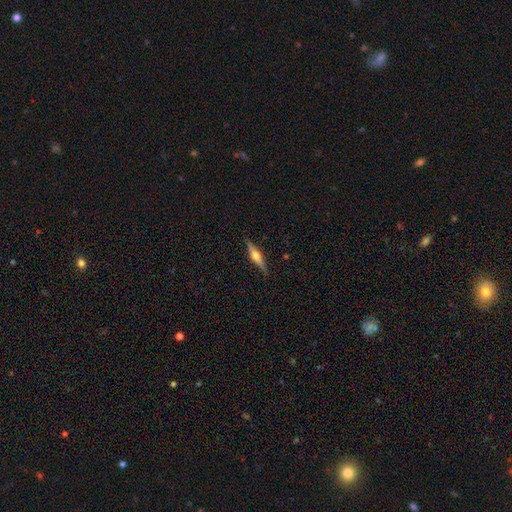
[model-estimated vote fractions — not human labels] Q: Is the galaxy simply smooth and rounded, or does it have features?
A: featured or disk — 66%.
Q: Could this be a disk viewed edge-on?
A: yes — 97%.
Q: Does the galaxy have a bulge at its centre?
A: rounded — 90%.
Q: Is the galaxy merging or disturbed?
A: none — 88%.